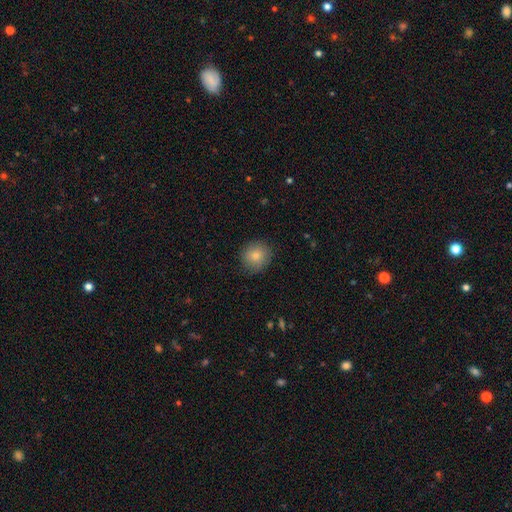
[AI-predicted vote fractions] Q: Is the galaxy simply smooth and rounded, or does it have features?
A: smooth — 83%.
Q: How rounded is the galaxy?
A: round — 86%.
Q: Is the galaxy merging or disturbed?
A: none — 85%.